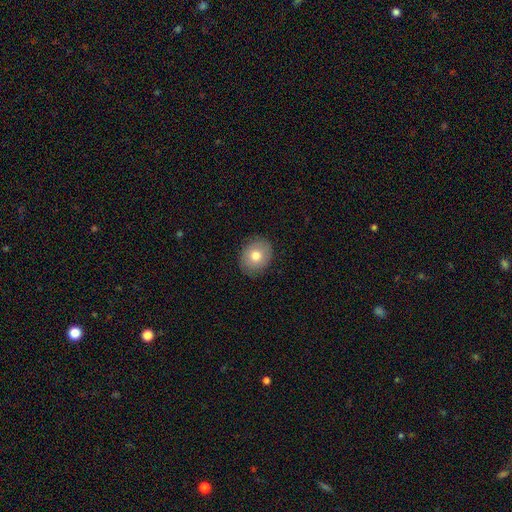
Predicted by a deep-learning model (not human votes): Overall: smooth (75%). How rounded: round (56%; in between 43%). Merging: none (87%).